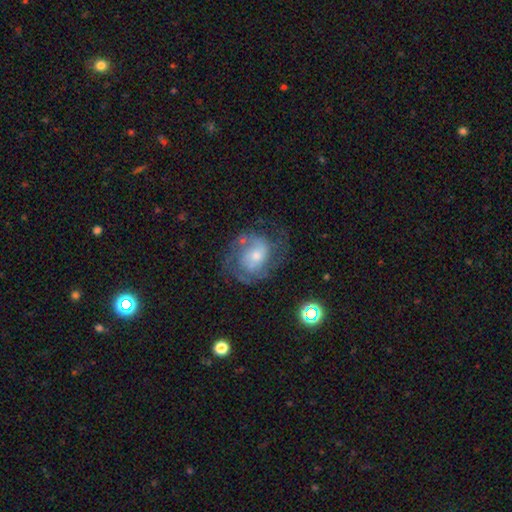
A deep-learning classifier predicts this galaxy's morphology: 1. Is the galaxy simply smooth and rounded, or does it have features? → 72% featured or disk, 20% smooth, 8% star or artifact.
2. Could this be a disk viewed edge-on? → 98% no, 2% yes.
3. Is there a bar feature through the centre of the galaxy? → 66% no, 29% weak, 5% strong.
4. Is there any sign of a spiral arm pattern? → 85% yes, 15% no.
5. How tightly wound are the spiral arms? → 44% medium, 38% tight, 18% loose.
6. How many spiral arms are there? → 49% 2, 28% can't tell, 10% 3, 7% 1, 3% 4, 3% more than 4.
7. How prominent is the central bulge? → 46% moderate, 42% small, 7% large, 4% none, 1% dominant.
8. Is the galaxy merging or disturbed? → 57% none, 21% minor disturbance, 19% major disturbance, 3% merger.